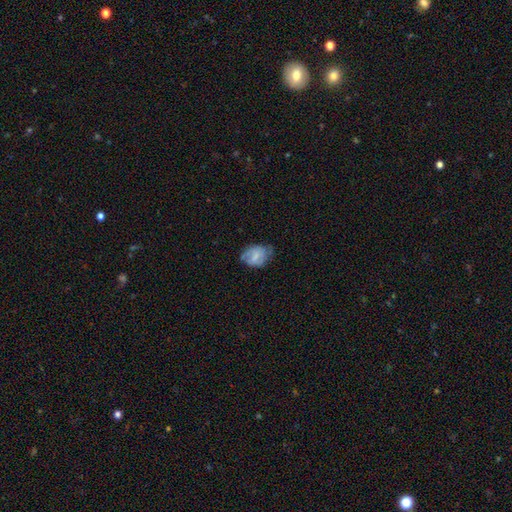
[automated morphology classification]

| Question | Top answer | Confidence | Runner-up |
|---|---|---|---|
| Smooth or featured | smooth | 54% | featured or disk (38%) |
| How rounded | in between | 69% | round (30%) |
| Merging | none | 49% | minor disturbance (36%) |